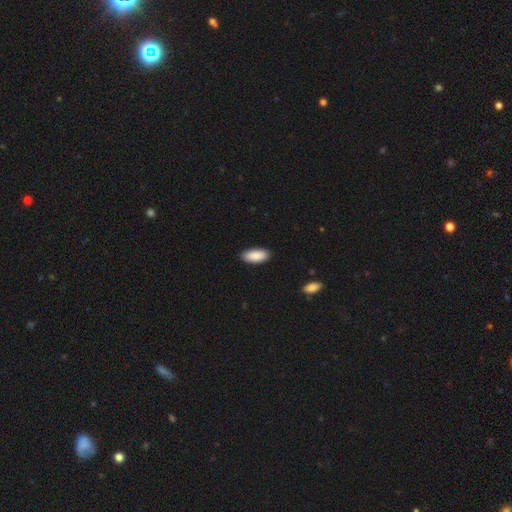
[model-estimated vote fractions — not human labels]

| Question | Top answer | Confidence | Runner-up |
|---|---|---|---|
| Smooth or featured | smooth | 88% | featured or disk (6%) |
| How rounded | in between | 88% | cigar-shaped (11%) |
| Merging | none | 89% | minor disturbance (8%) |